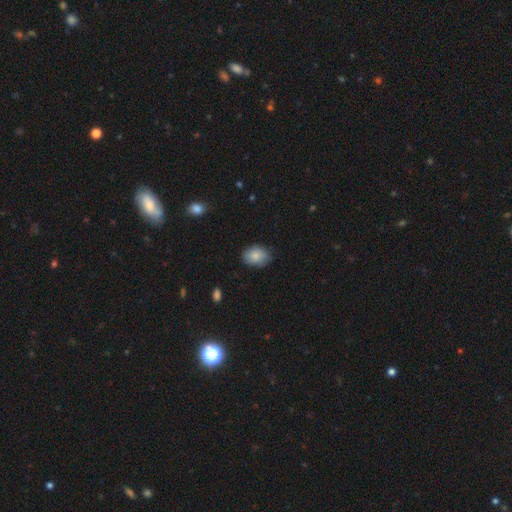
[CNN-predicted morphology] Smooth or featured?
  - smooth: 85% *
  - featured or disk: 8%
  - star or artifact: 7%
How rounded?
  - in between: 74% *
  - round: 25%
  - cigar-shaped: 1%
Merging?
  - none: 81% *
  - minor disturbance: 15%
  - major disturbance: 3%
  - merger: 1%